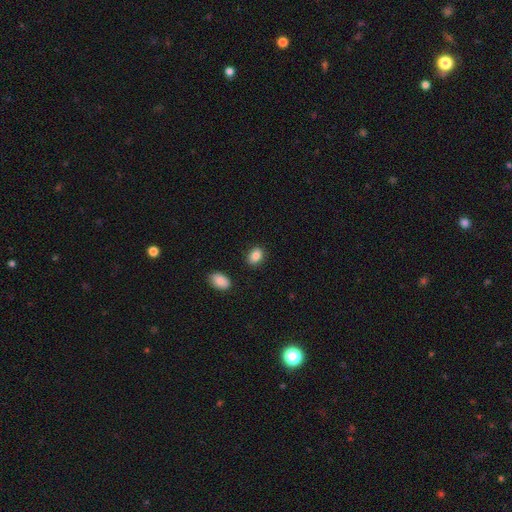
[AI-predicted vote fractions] The model was most divided on "how rounded": in between: 78%, round: 21%, cigar-shaped: 2%. More confident: merging — none (85%); smooth or featured — smooth (85%).